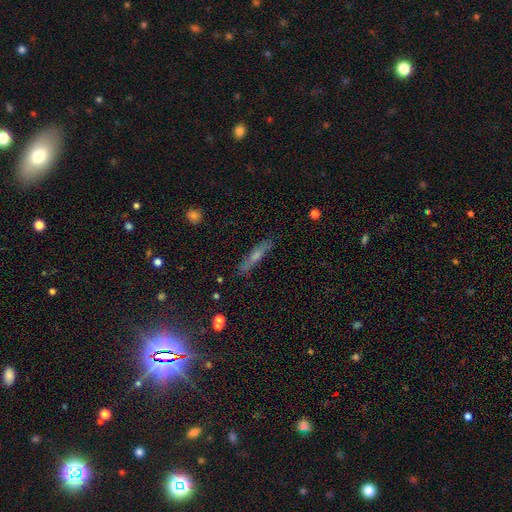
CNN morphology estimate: Overall: smooth (44%, tied with featured or disk). Merging: none (82%).